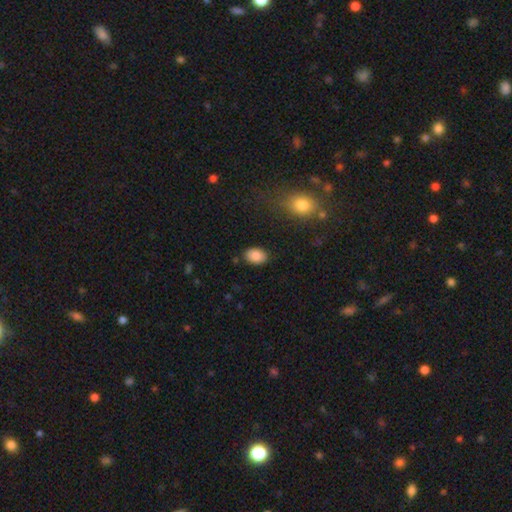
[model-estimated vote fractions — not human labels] Q: Smooth or featured?
A: smooth (87%); runner-up: star or artifact (8%)
Q: How rounded?
A: in between (86%); runner-up: round (13%)
Q: Merging?
A: none (85%); runner-up: minor disturbance (10%)